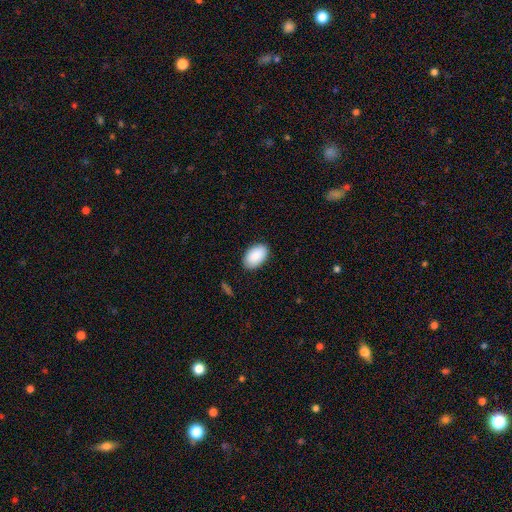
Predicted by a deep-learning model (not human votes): Smooth or featured: smooth — 91% (star or artifact — 6%)
How rounded: in between — 93% (round — 6%)
Merging: none — 88% (minor disturbance — 9%)